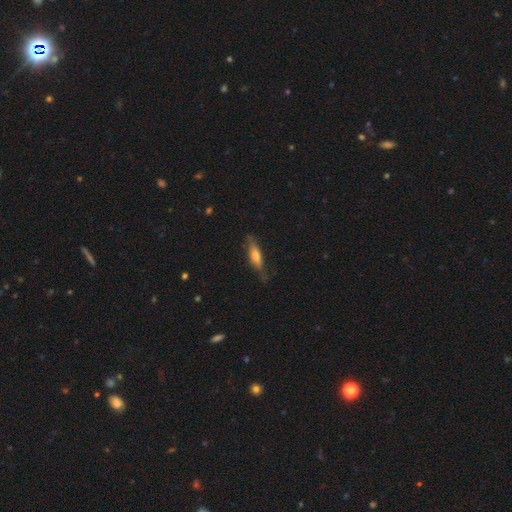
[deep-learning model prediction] Overall: smooth (58%; featured or disk 36%). How rounded: cigar-shaped (64%; in between 34%). Merging: none (72%).